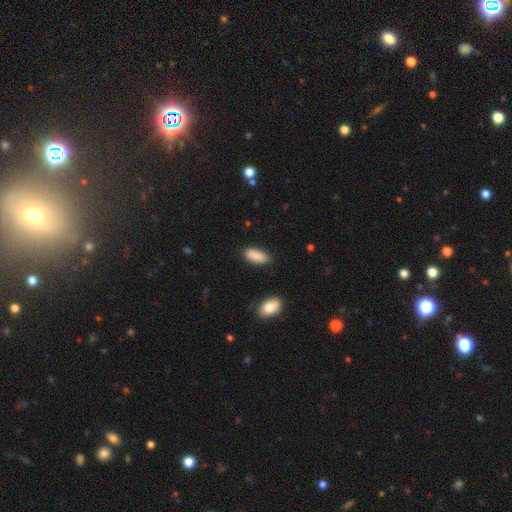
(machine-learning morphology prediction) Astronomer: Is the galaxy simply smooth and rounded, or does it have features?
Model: smooth — 89%.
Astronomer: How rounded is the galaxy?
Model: in between — 86%.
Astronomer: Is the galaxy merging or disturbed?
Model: none — 85%.